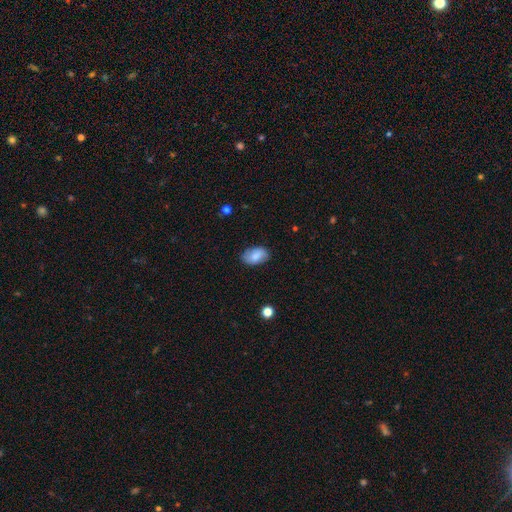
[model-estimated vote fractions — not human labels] Smooth or featured?
  - smooth: 79% *
  - featured or disk: 14%
  - star or artifact: 7%
How rounded?
  - in between: 91% *
  - round: 8%
  - cigar-shaped: 1%
Merging?
  - none: 81% *
  - minor disturbance: 15%
  - major disturbance: 3%
  - merger: 1%